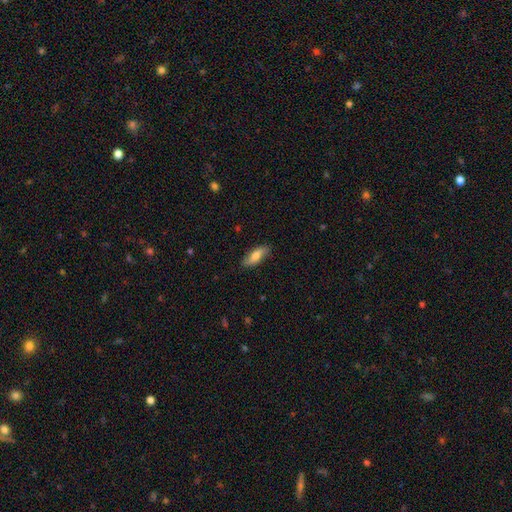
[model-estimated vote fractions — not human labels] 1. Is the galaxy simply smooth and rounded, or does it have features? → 71% smooth, 23% featured or disk, 6% star or artifact.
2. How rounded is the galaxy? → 70% in between, 27% cigar-shaped, 3% round.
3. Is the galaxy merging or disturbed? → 84% none, 13% minor disturbance, 2% major disturbance, 1% merger.